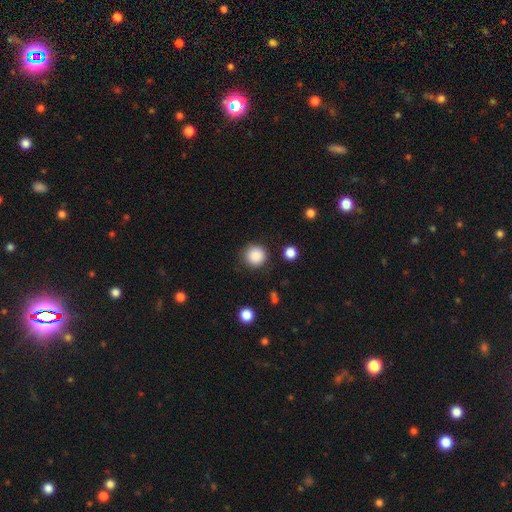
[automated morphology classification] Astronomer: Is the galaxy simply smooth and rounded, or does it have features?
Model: smooth — 87%.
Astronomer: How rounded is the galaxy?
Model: round — 94%.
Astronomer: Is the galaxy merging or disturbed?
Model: none — 87%.